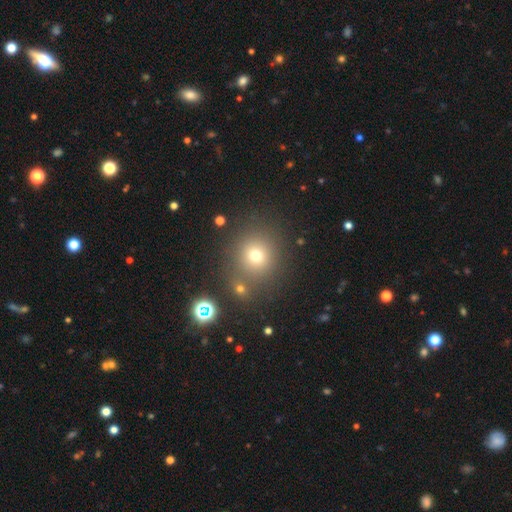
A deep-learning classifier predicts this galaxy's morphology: This is likely a smooth galaxy (70%). How rounded: clearly round (88%). Merging: likely none (77%).